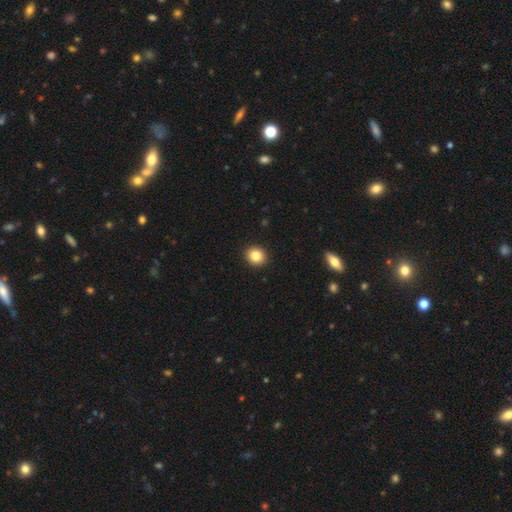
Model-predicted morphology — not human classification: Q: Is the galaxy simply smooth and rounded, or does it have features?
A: smooth — 84%.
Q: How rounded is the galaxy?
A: round — 81%.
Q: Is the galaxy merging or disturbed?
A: none — 93%.